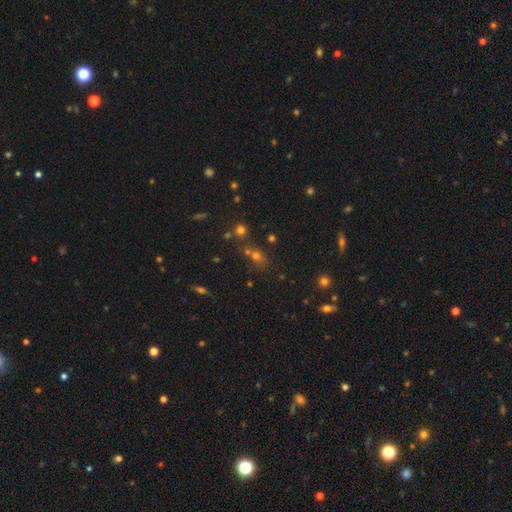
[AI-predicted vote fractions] The model was most divided on "smooth or featured": smooth: 51%, star or artifact: 38%, featured or disk: 11%. More confident: how rounded — round (65%); merging — none (57%).